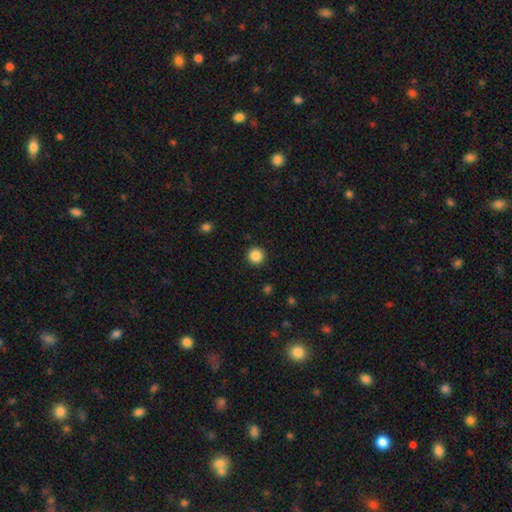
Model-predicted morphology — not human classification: type=smooth (86%); roundness=round (96%); merging=none (93%).